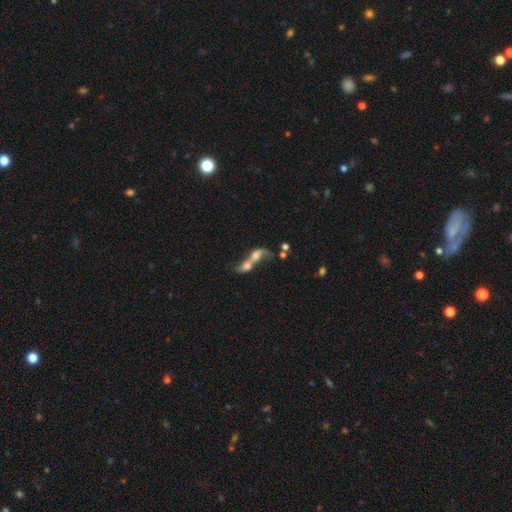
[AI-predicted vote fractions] Overall: smooth (50%; featured or disk 39%). Merging: merger (82%).